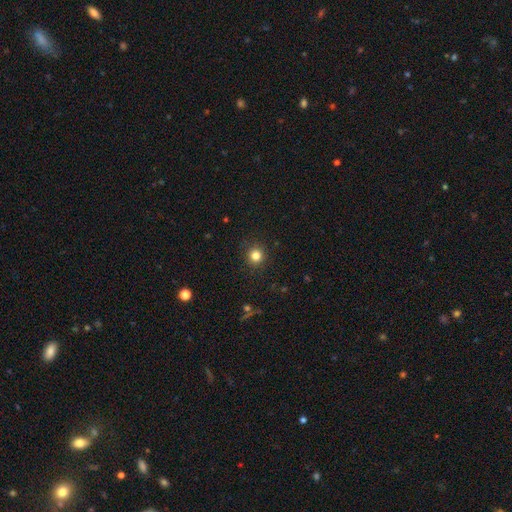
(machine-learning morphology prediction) This appears to be a smooth galaxy with no disk features (82%) that is round (93%). Merging: none (91%).